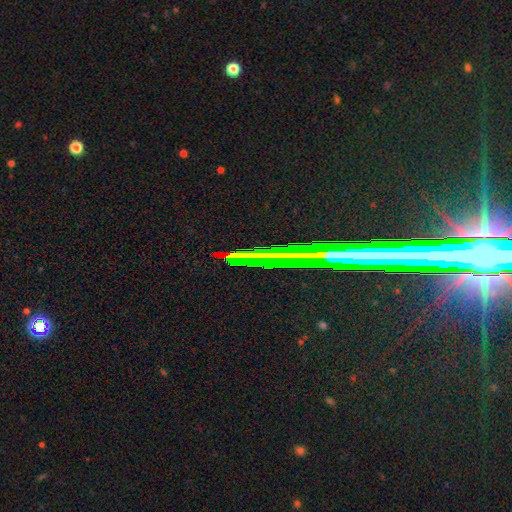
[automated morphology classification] Smooth or featured? Predicted: star or artifact (p=0.62).